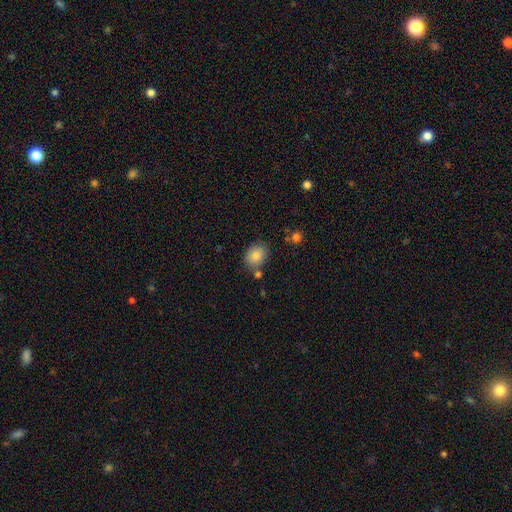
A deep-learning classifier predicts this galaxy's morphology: This is clearly a smooth galaxy (86%). How rounded: possibly in between (55%). Merging: likely none (71%).